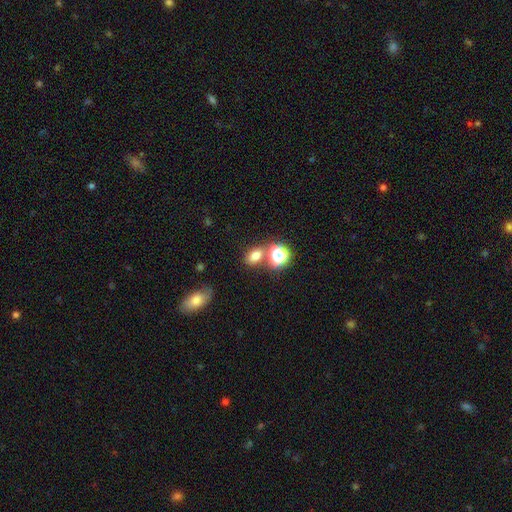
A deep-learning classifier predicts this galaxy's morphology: Q: Smooth or featured?
A: smooth (72%); runner-up: star or artifact (18%)
Q: How rounded?
A: in between (67%); runner-up: round (31%)
Q: Merging?
A: none (63%); runner-up: merger (21%)